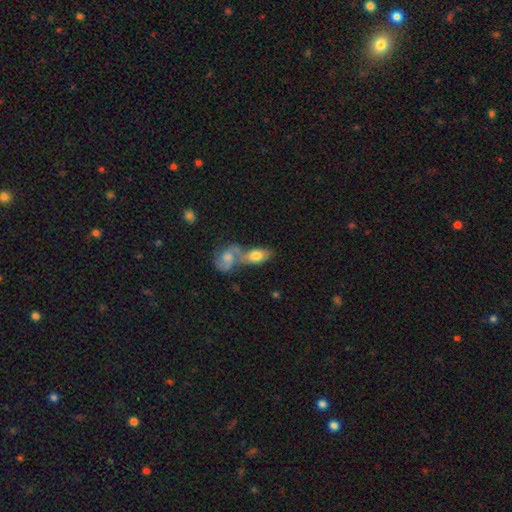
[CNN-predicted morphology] Q: Smooth or featured?
A: smooth (67%); runner-up: featured or disk (26%)
Q: How rounded?
A: in between (89%); runner-up: round (6%)
Q: Merging?
A: merger (64%); runner-up: none (22%)